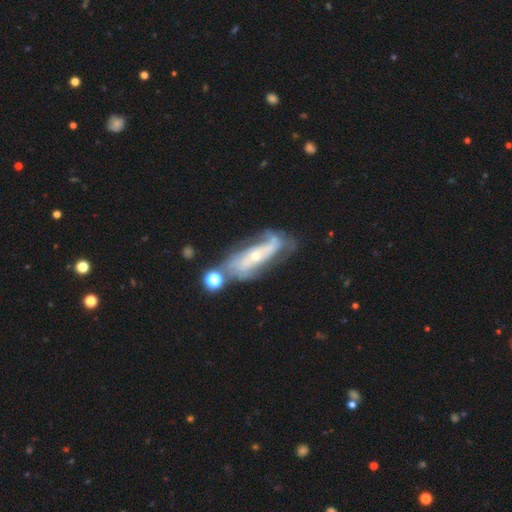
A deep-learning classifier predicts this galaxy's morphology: Smooth or featured? Predicted: featured or disk (p=0.76). Edge-on disk? Predicted: no (p=0.83). Bar? Predicted: no (p=0.63). Spiral arms? Predicted: yes (p=0.79). Spiral winding? Predicted: tight (p=0.44). Spiral arm count? Predicted: 2 (p=0.42). Bulge size? Predicted: small (p=0.68). Merging? Predicted: none (p=0.46).